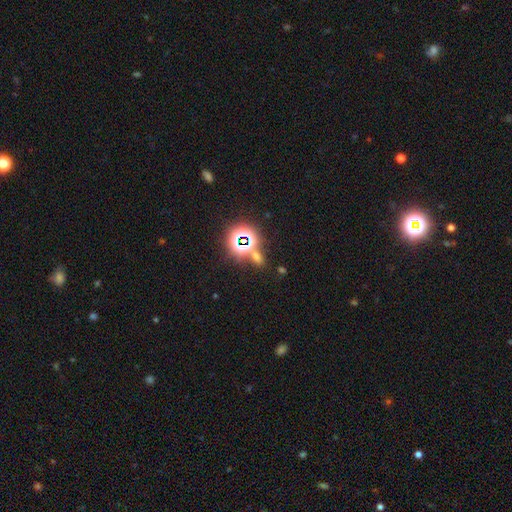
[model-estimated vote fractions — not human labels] A star or artifact, not a galaxy (52%).

Vote fractions:
- Smooth or featured? star or artifact: 52% / smooth: 39% / featured or disk: 9%